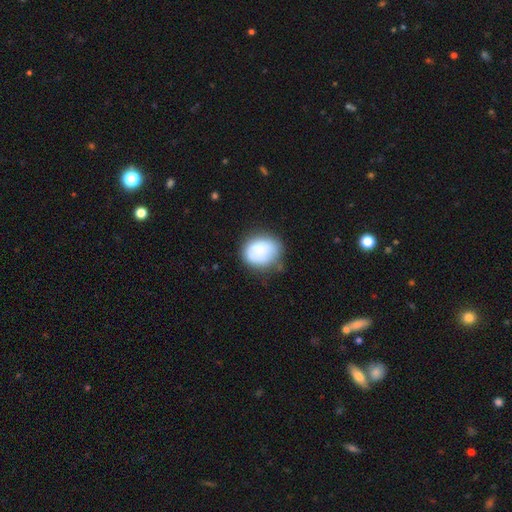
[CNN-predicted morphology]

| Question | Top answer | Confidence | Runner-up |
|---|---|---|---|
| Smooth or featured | smooth | 83% | featured or disk (9%) |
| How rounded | round | 58% | in between (41%) |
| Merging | none | 57% | minor disturbance (29%) |